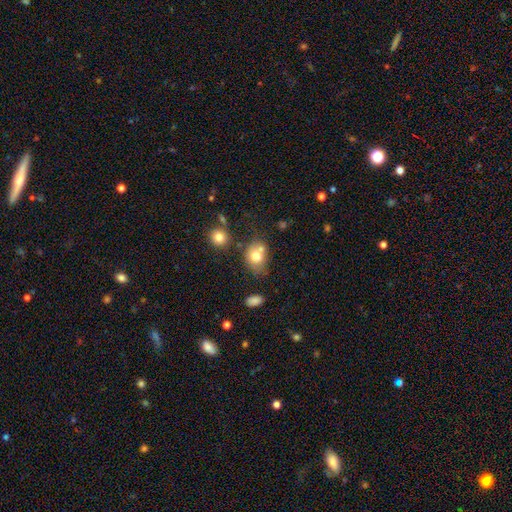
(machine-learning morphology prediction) This is likely a smooth galaxy (73%). How rounded: possibly in between (50%). Merging: marginally none (45%).